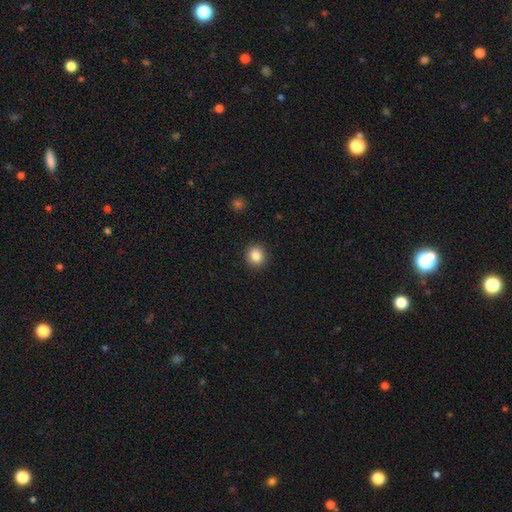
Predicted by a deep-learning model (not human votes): Smooth or featured? Predicted: smooth (p=0.85). How rounded? Predicted: round (p=0.85). Merging? Predicted: none (p=0.91).